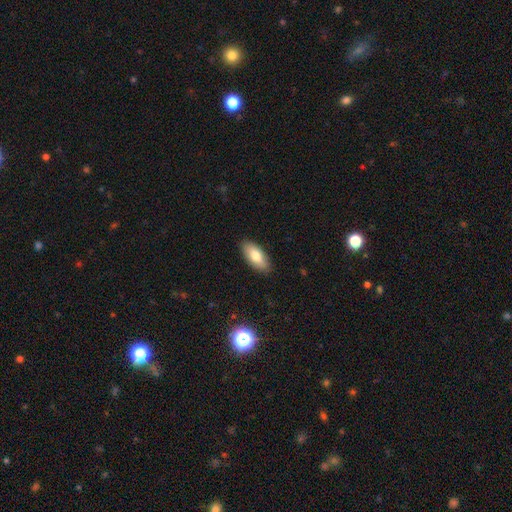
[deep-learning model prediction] This appears to be a smooth galaxy with no disk features (78%) that is in between round and cigar-shaped (86%). Merging: none (88%).